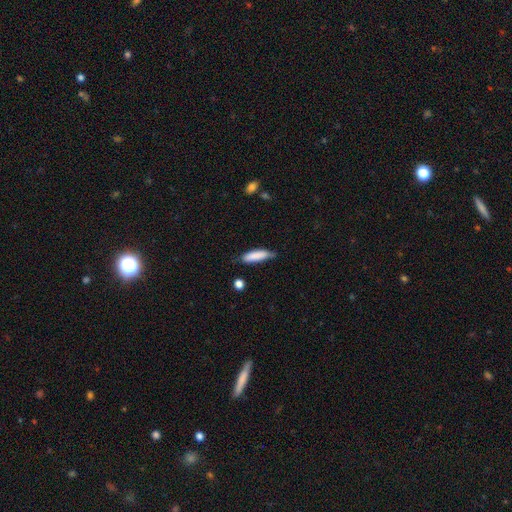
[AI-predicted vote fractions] smooth_or_featured: smooth (p=0.84) [alt: featured or disk p=0.10]
how_rounded: cigar-shaped (p=0.59) [alt: in between p=0.39]
merging: none (p=0.61) [alt: minor disturbance p=0.31]